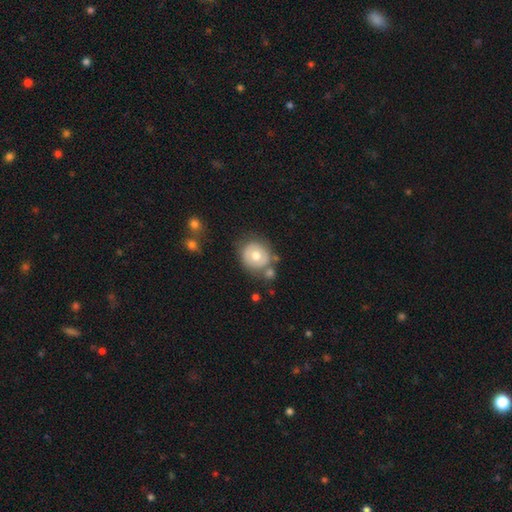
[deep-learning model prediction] Q: Smooth or featured?
A: smooth (61%); runner-up: featured or disk (31%)
Q: How rounded?
A: round (85%); runner-up: in between (14%)
Q: Merging?
A: none (65%); runner-up: minor disturbance (16%)